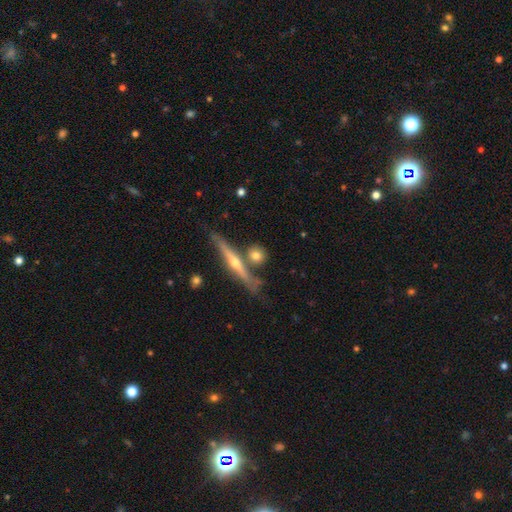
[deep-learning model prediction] smooth_or_featured: smooth (p=0.52) [alt: featured or disk p=0.40]
how_rounded: round (p=0.62) [alt: cigar-shaped p=0.23]
merging: none (p=0.68) [alt: merger p=0.16]